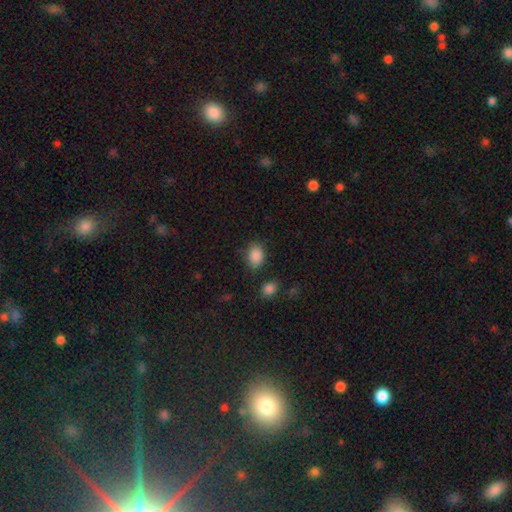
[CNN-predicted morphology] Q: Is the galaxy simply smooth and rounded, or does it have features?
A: smooth — 87%.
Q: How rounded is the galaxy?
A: in between — 72%.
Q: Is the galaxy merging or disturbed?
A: none — 76%.